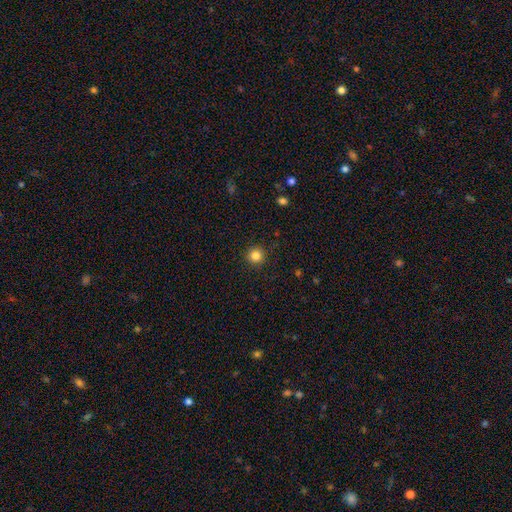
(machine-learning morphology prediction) The model was most divided on "smooth or featured": smooth: 84%, star or artifact: 12%, featured or disk: 4%. More confident: how rounded — round (95%); merging — none (92%).